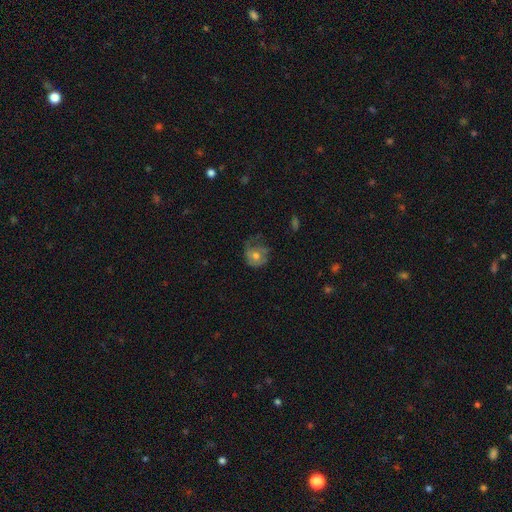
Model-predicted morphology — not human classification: The model was most divided on "smooth or featured": featured or disk: 47%, smooth: 45%, star or artifact: 8%. Remaining: merging — none (42%).